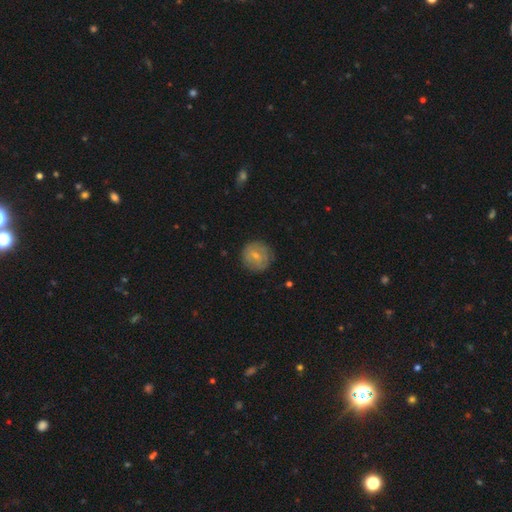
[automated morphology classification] Q: Smooth or featured?
A: smooth (57%); runner-up: featured or disk (35%)
Q: How rounded?
A: round (91%); runner-up: in between (8%)
Q: Merging?
A: none (80%); runner-up: minor disturbance (14%)